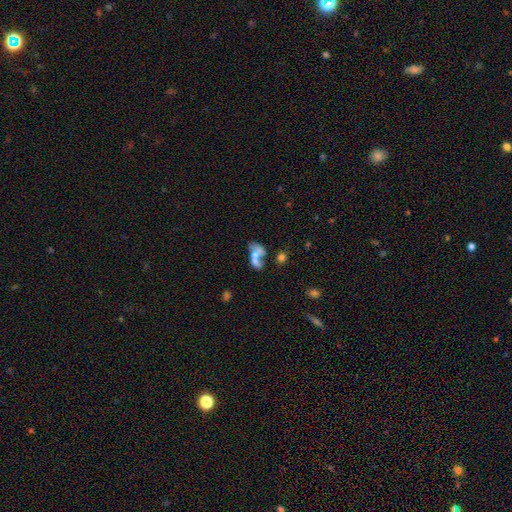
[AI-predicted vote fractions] This is possibly a smooth galaxy (45%). Merging: possibly merger (58%).